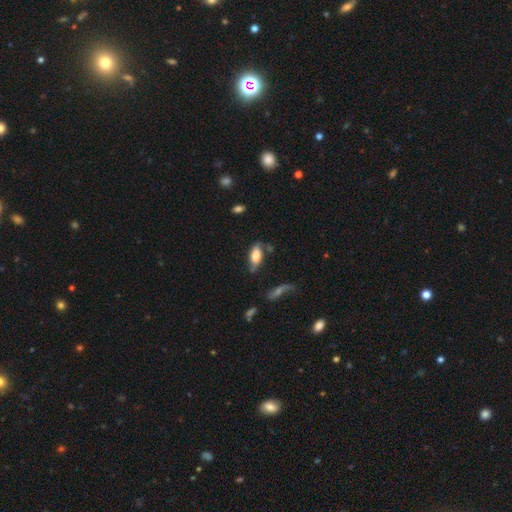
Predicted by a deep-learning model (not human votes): Morphology: type=smooth (63%); roundness=in between (82%); merging=none (56%).